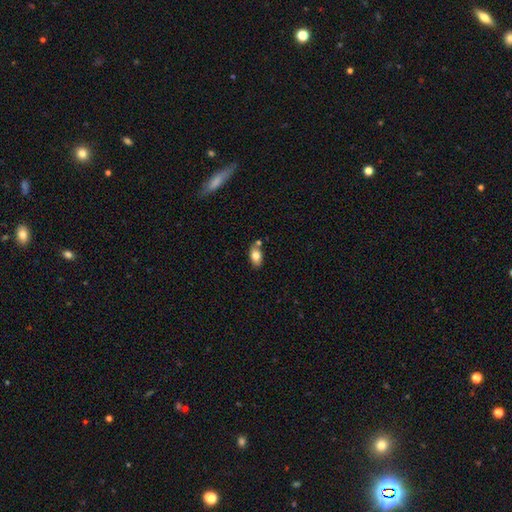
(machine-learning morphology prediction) Q: Smooth or featured?
A: smooth (79%); runner-up: featured or disk (13%)
Q: How rounded?
A: in between (90%); runner-up: round (7%)
Q: Merging?
A: none (71%); runner-up: minor disturbance (14%)